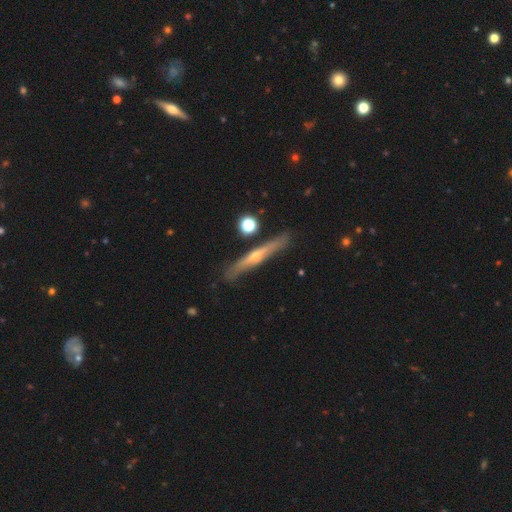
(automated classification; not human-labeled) smooth_or_featured: featured or disk (p=0.67) [alt: smooth p=0.27]
disk_edge_on: yes (p=0.95) [alt: no p=0.05]
edge_on_bulge: rounded (p=0.78) [alt: none p=0.19]
merging: none (p=0.85) [alt: minor disturbance p=0.10]